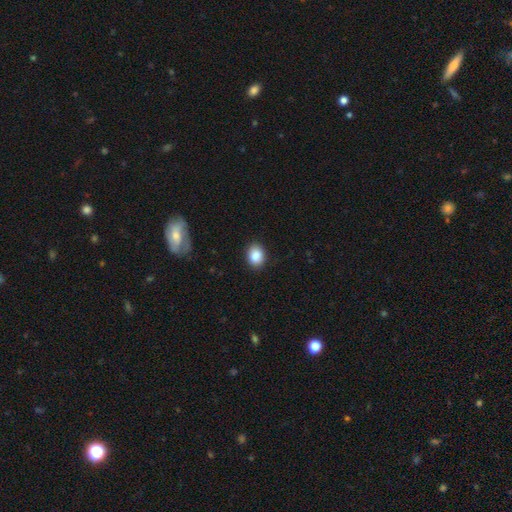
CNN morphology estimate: Smooth or featured?
  - smooth: 87% *
  - star or artifact: 8%
  - featured or disk: 4%
How rounded?
  - in between: 55% *
  - round: 44%
  - cigar-shaped: 1%
Merging?
  - none: 88% *
  - minor disturbance: 9%
  - major disturbance: 2%
  - merger: 1%